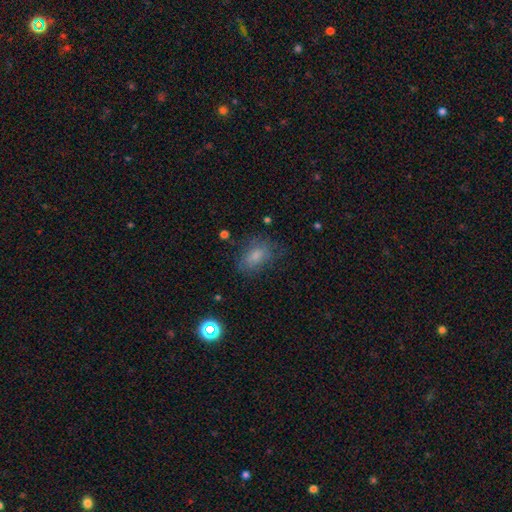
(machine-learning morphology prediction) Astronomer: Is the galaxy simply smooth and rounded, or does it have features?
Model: smooth — 74%.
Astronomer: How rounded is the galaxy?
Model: in between — 84%.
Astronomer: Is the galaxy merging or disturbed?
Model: none — 69%.